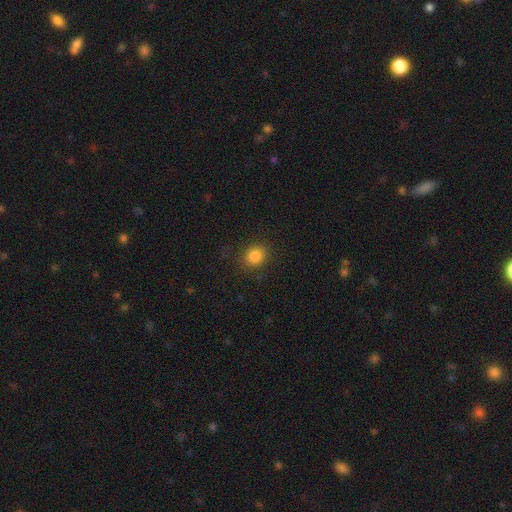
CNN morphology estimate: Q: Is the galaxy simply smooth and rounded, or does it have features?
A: smooth — 84%.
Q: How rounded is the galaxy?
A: round — 76%.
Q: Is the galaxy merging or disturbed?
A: none — 87%.